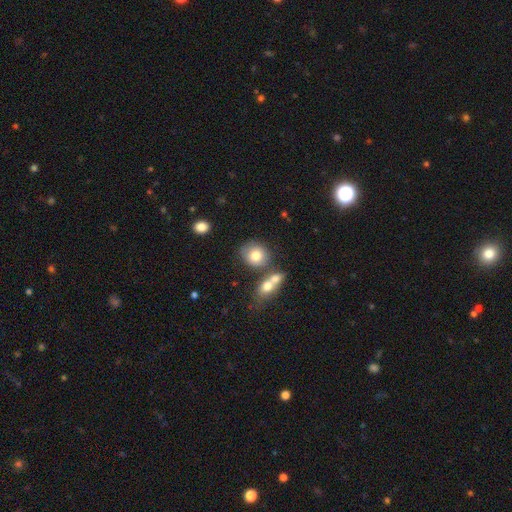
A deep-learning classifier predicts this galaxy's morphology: Smooth or featured? Predicted: smooth (p=0.78). How rounded? Predicted: round (p=0.71). Merging? Predicted: none (p=0.56).